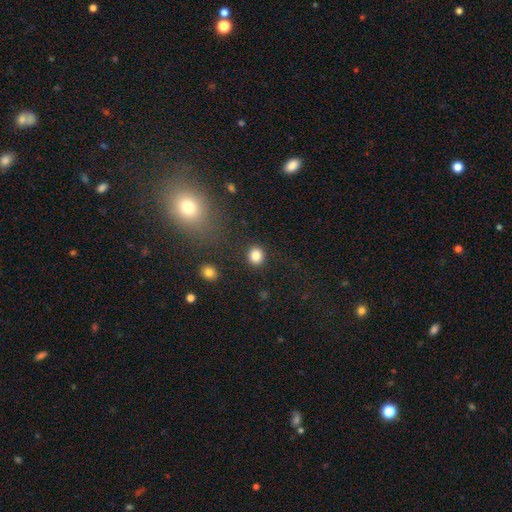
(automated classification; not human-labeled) Overall: smooth (84%). How rounded: round (80%). Merging: none (89%).